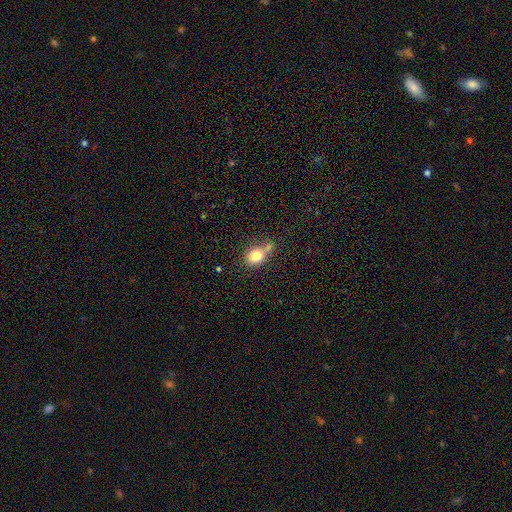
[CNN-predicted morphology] The model was most divided on "how rounded": round: 55%, in between: 44%, cigar-shaped: 1%. Remaining: smooth or featured — smooth (79%); merging — none (47%).